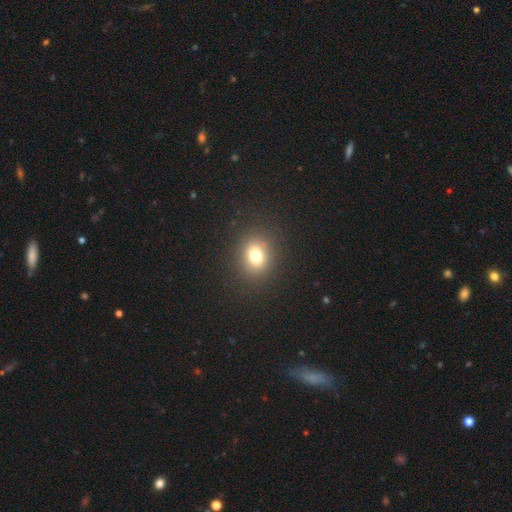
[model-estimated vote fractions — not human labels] Smooth or featured? smooth (75%)
How rounded? round (58%)
Merging? none (86%)